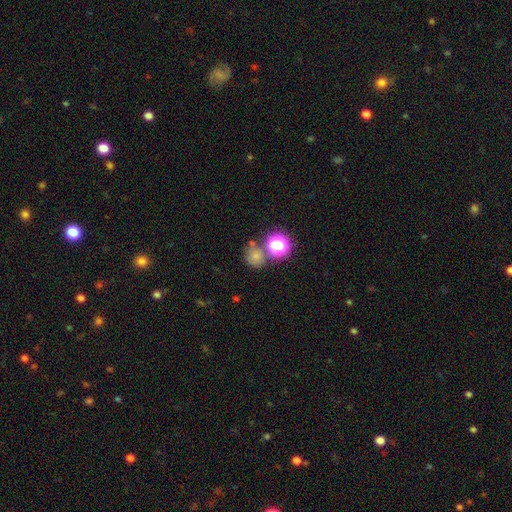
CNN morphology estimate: A smooth galaxy with no disk features (67%) that is round (85%). Merging: none (60%).